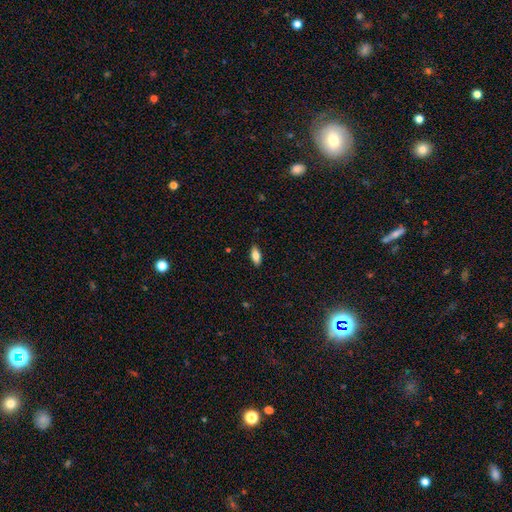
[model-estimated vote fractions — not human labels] smooth_or_featured: smooth (p=0.79) [alt: featured or disk p=0.13]
how_rounded: in between (p=0.83) [alt: cigar-shaped p=0.14]
merging: none (p=0.88) [alt: minor disturbance p=0.09]